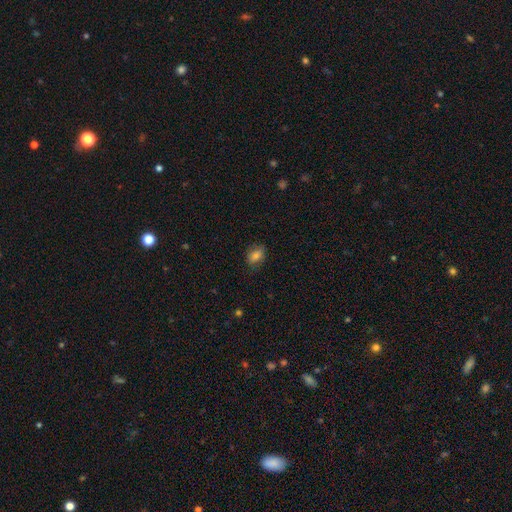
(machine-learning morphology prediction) A smooth galaxy with no disk features (79%) that is in between round and cigar-shaped (76%).

Vote fractions:
- Smooth or featured? smooth: 79% / featured or disk: 11% / star or artifact: 10%
- How rounded? in between: 76% / round: 22% / cigar-shaped: 2%
- Merging? none: 79% / minor disturbance: 16% / major disturbance: 4% / merger: 1%